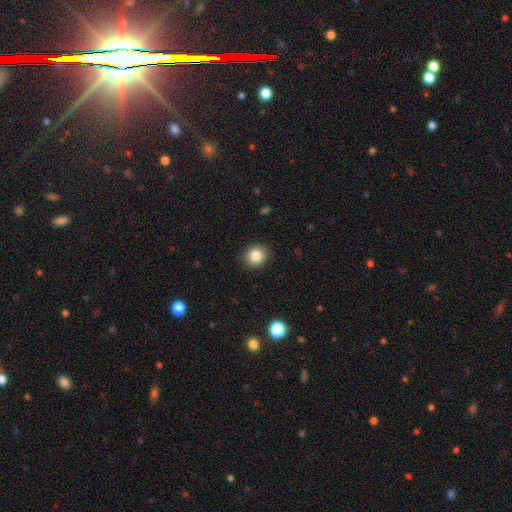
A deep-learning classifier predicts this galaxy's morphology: Smooth or featured?
  - smooth: 85% *
  - star or artifact: 10%
  - featured or disk: 5%
How rounded?
  - round: 85% *
  - in between: 14%
  - cigar-shaped: 1%
Merging?
  - none: 90% *
  - minor disturbance: 7%
  - major disturbance: 2%
  - merger: 1%